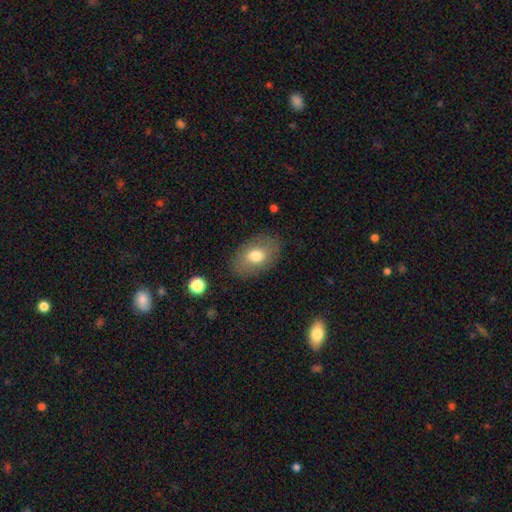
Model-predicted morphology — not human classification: Smooth or featured? smooth (74%)
How rounded? in between (86%)
Merging? none (83%)